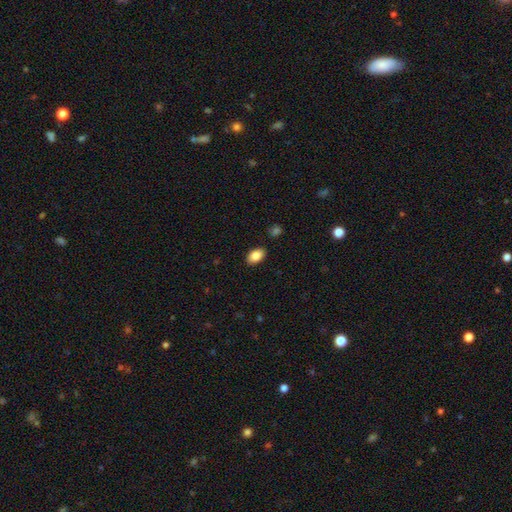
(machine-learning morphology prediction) This appears to be a smooth galaxy with no disk features (86%) that is in between round and cigar-shaped (90%). Merging: none (88%).